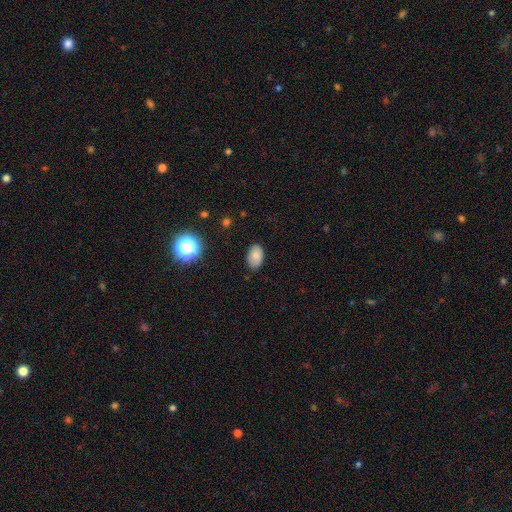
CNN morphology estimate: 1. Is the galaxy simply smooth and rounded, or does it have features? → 80% smooth, 11% star or artifact, 10% featured or disk.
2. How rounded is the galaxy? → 90% in between, 9% round, 1% cigar-shaped.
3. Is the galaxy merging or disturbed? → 83% none, 13% minor disturbance, 3% major disturbance, 1% merger.